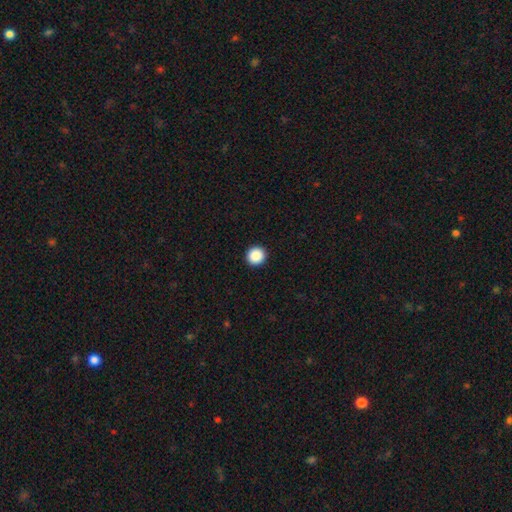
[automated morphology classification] Smooth or featured?
  - smooth: 88% *
  - star or artifact: 9%
  - featured or disk: 3%
How rounded?
  - round: 95% *
  - in between: 4%
  - cigar-shaped: 1%
Merging?
  - none: 94% *
  - minor disturbance: 4%
  - major disturbance: 1%
  - merger: 1%